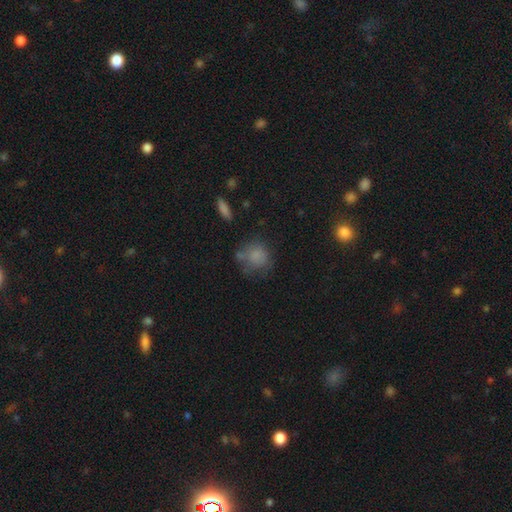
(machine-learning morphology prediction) Smooth or featured? Predicted: smooth (p=0.75). How rounded? Predicted: round (p=0.79). Merging? Predicted: none (p=0.53).